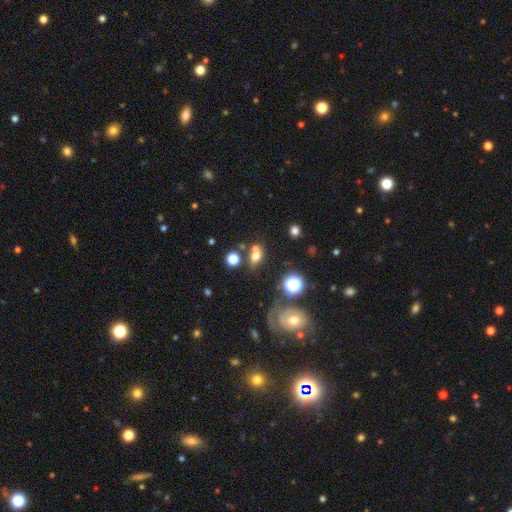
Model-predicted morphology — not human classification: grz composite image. It shows a smooth galaxy with no disk features (64%) that is in between round and cigar-shaped (59%). Merging: none (45%).